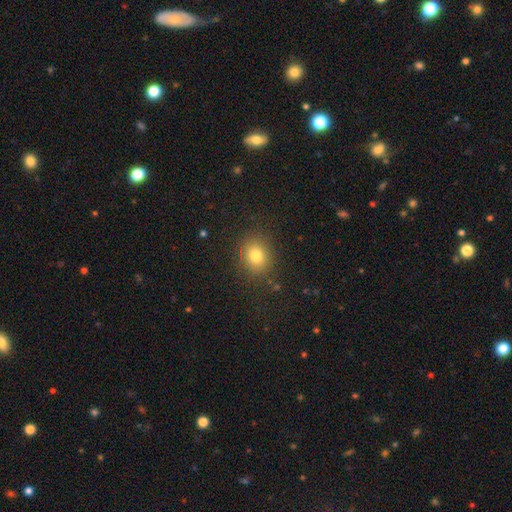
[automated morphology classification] Smooth or featured? Predicted: smooth (p=0.79). How rounded? Predicted: round (p=0.67). Merging? Predicted: none (p=0.87).